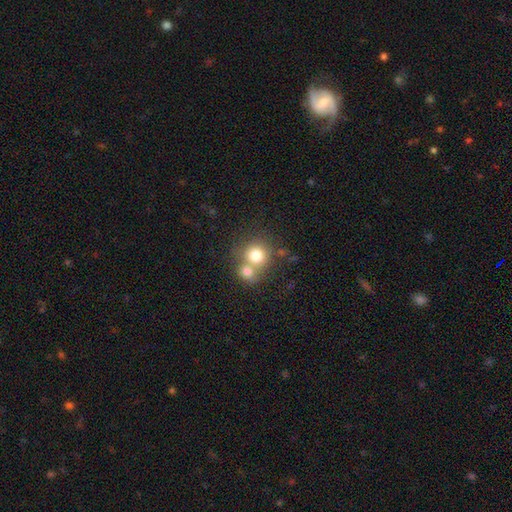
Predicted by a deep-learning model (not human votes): Smooth or featured? smooth (76%)
How rounded? round (84%)
Merging? merger (53%)